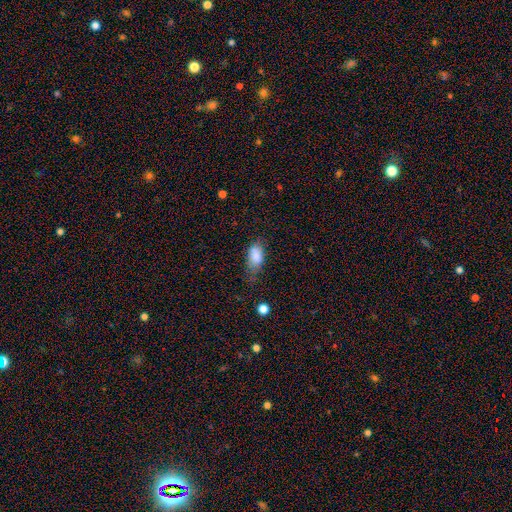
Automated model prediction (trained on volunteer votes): Q: Smooth or featured?
A: smooth (83%); runner-up: star or artifact (8%)
Q: How rounded?
A: in between (90%); runner-up: cigar-shaped (5%)
Q: Merging?
A: none (43%); runner-up: minor disturbance (37%)